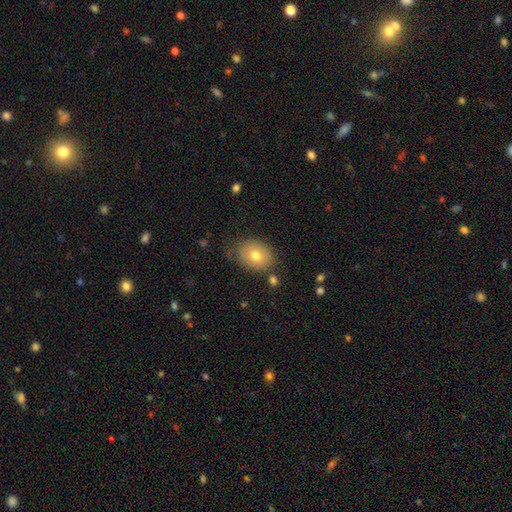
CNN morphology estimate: Smooth or featured: smooth — 75% (featured or disk — 16%)
How rounded: in between — 59% (round — 40%)
Merging: none — 75% (minor disturbance — 17%)